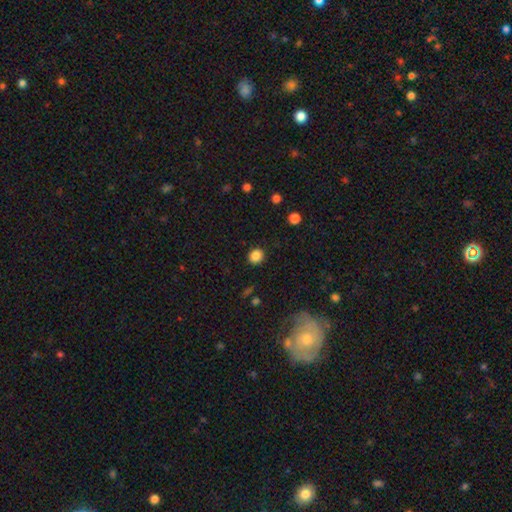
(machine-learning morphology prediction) Smooth or featured? smooth (86%)
How rounded? round (78%)
Merging? none (88%)